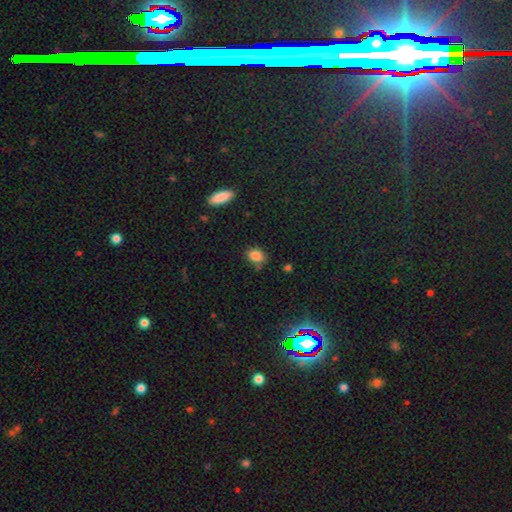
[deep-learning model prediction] Morphology: type=smooth (85%); roundness=in between (65%); merging=none (71%).